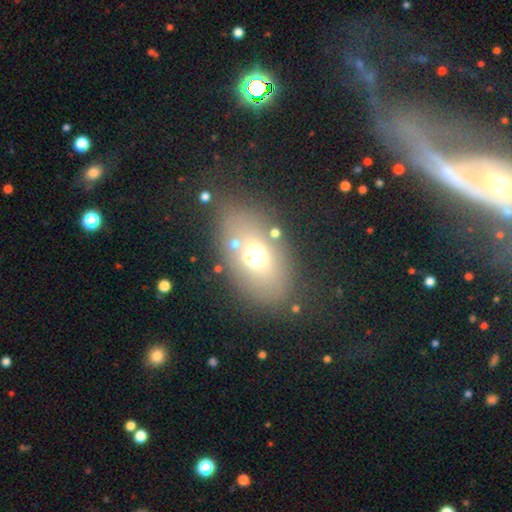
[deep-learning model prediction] A smooth galaxy with no disk features (61%) that is in between round and cigar-shaped (76%). Merging: none (69%).